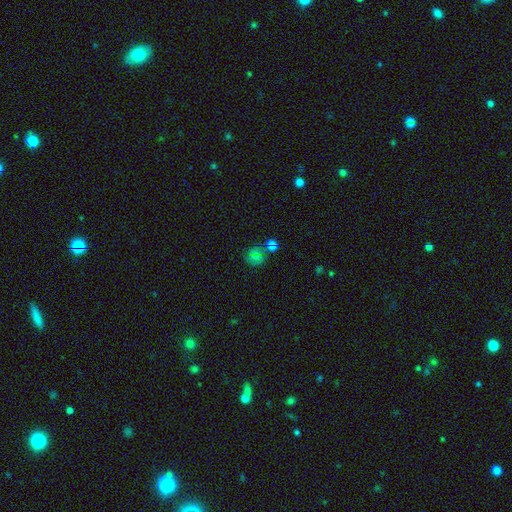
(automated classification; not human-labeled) Overall: smooth (75%). How rounded: round (84%). Merging: none (57%; merger 23%).